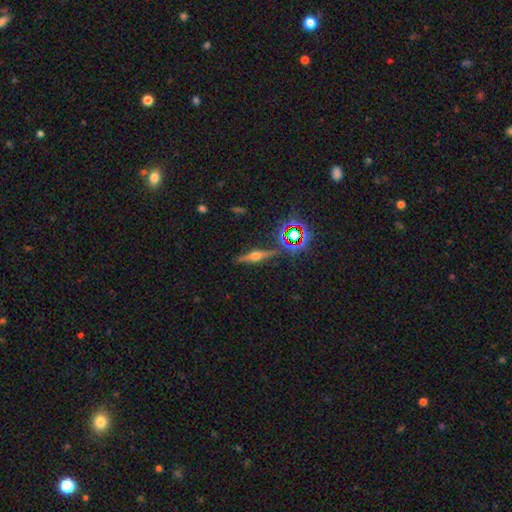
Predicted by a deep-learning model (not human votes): This appears to be a featured or disk galaxy (57%) viewed edge-on (94%) with a rounded central bulge (89%). Merging: none (85%).